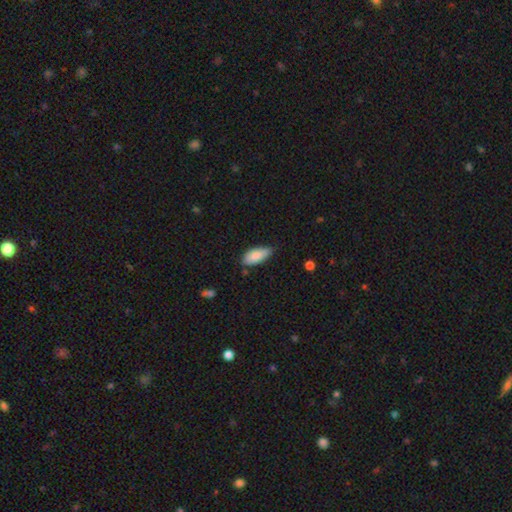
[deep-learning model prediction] This appears to be a smooth galaxy with no disk features (86%) that is in between round and cigar-shaped (86%). Merging: none (68%).